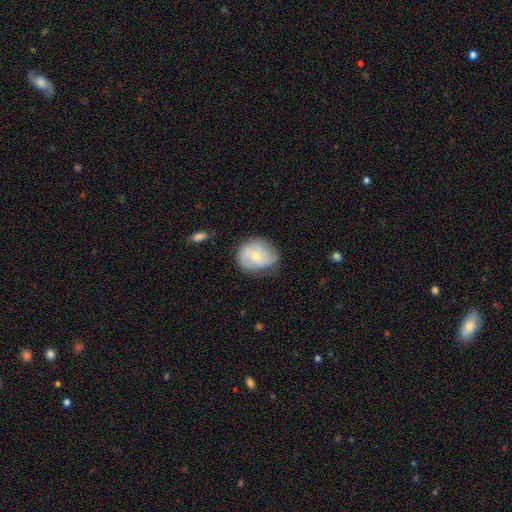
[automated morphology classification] The model was most divided on "bulge size": small: 57%, moderate: 40%, large: 1%, none: 1%, dominant: 1%. More confident: edge-on disk — no (97%); spiral arms — yes (82%); bar — no (72%); merging — none (65%); smooth or featured — featured or disk (56%).